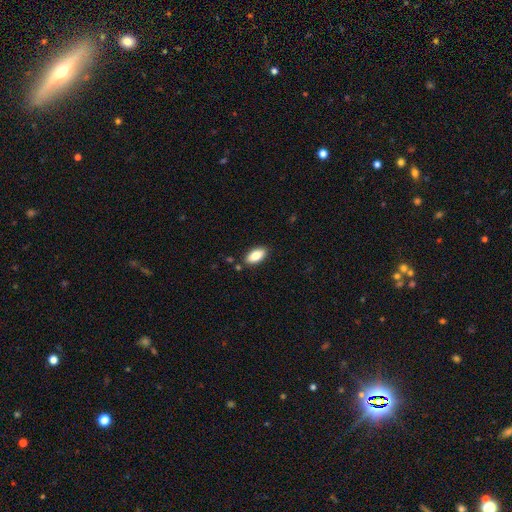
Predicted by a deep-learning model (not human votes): A smooth galaxy with no disk features (84%) that is in between round and cigar-shaped (91%). Merging: none (87%).